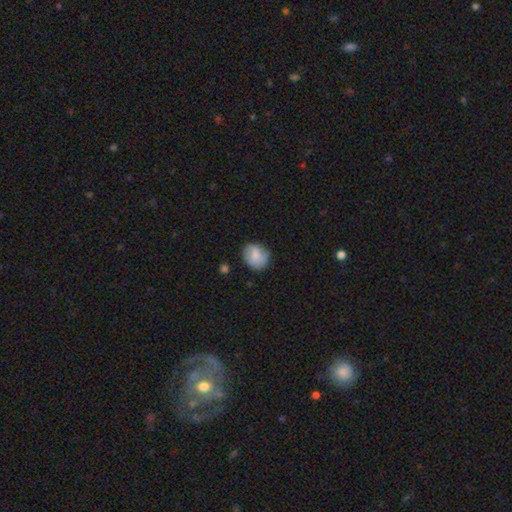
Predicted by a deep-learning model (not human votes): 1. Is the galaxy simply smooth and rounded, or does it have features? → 75% smooth, 18% featured or disk, 7% star or artifact.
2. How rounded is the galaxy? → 64% round, 35% in between, 1% cigar-shaped.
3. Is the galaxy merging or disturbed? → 71% none, 22% minor disturbance, 5% major disturbance, 2% merger.